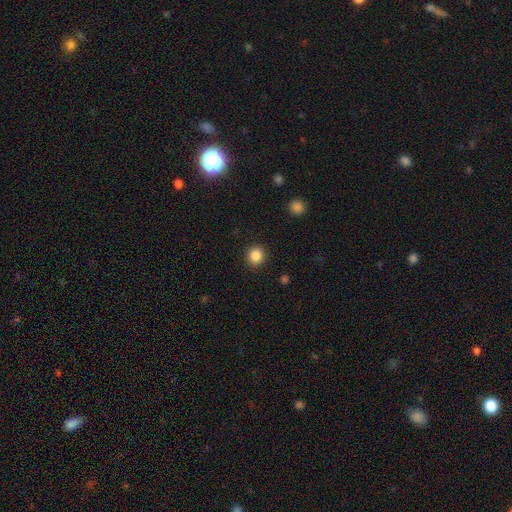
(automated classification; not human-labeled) The model was most divided on "how rounded": round: 86%, in between: 13%, cigar-shaped: 1%. More confident: merging — none (90%); smooth or featured — smooth (86%).